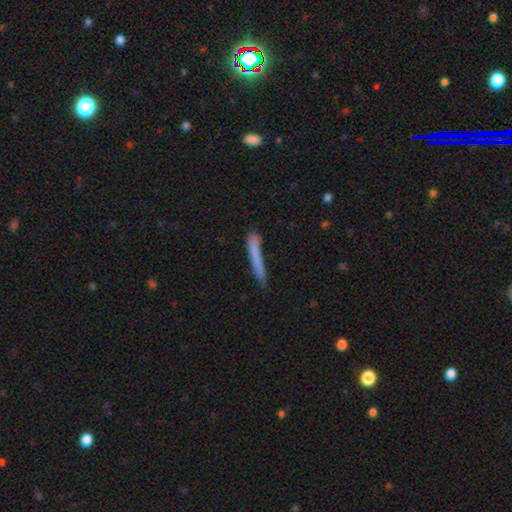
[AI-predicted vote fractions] Q: Smooth or featured?
A: smooth (74%); runner-up: featured or disk (19%)
Q: How rounded?
A: cigar-shaped (96%); runner-up: in between (3%)
Q: Merging?
A: none (72%); runner-up: minor disturbance (19%)